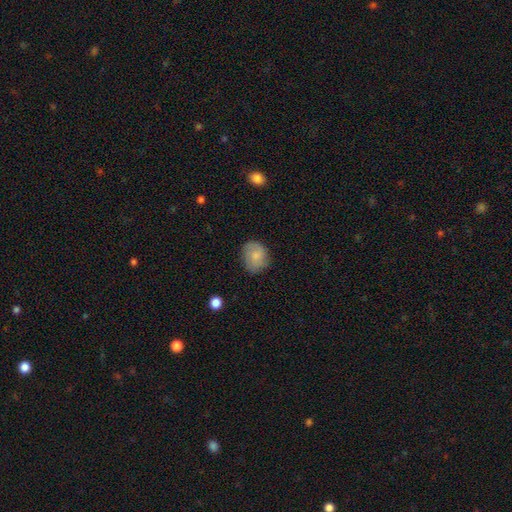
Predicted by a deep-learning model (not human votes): A smooth galaxy with no disk features (69%) that is round (63%). Merging: none (76%).